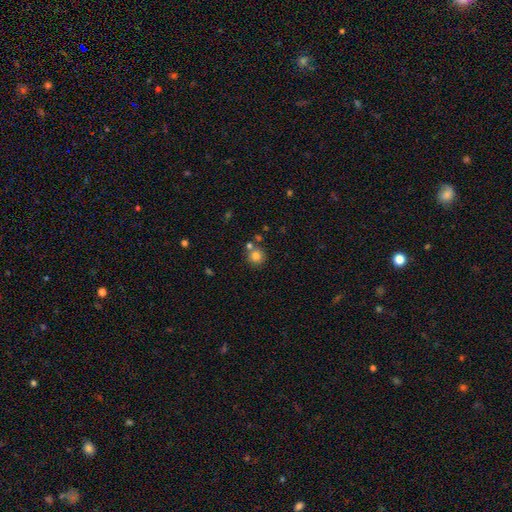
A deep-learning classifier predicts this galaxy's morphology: This appears to be a smooth galaxy with no disk features (81%) that is round (92%). Merging: none (70%).